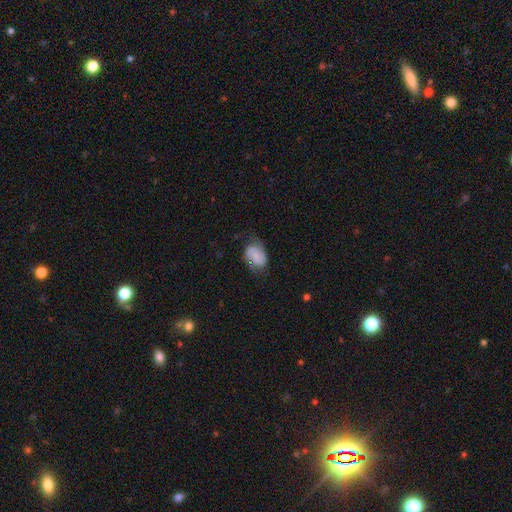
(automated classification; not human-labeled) Overall: featured or disk (51%; smooth 41%). Edge-on disk: no (97%). Merging: none (58%; minor disturbance 27%).